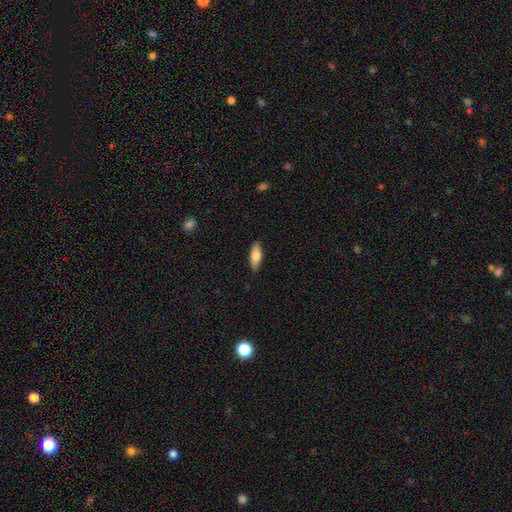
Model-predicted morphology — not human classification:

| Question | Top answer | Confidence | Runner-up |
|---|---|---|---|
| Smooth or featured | smooth | 78% | featured or disk (16%) |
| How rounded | in between | 71% | cigar-shaped (27%) |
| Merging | none | 85% | minor disturbance (12%) |